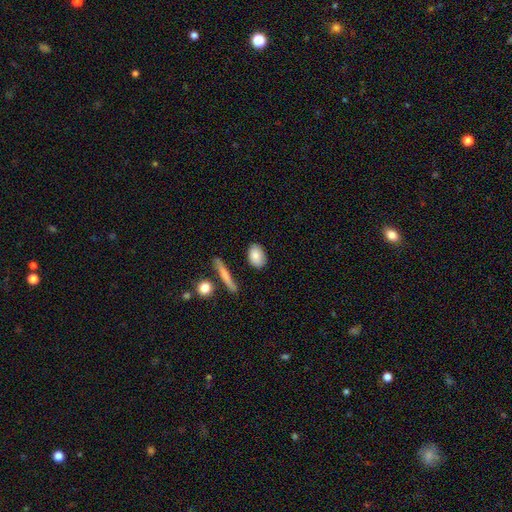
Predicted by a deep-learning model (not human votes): This is clearly a smooth galaxy (84%). How rounded: clearly in between (83%). Merging: clearly none (82%).